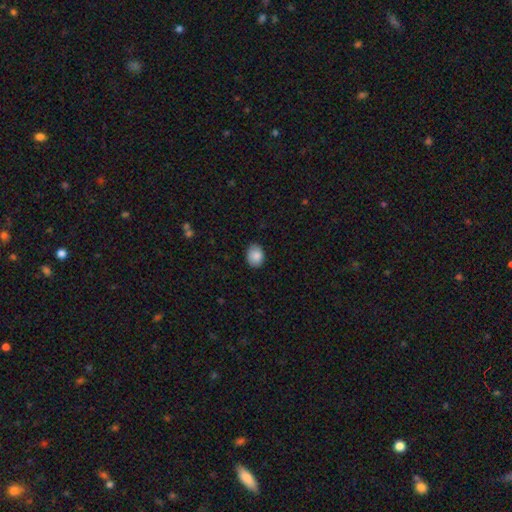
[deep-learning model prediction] This appears to be a smooth galaxy with no disk features (87%) that is in between round and cigar-shaped (62%). Merging: none (83%).